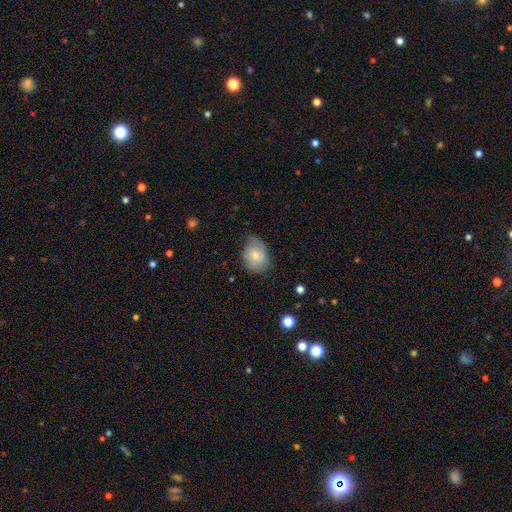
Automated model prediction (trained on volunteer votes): smooth-or-featured: smooth: 69% | featured or disk: 24% | star or artifact: 7%
  how-rounded: in between: 65% | round: 34% | cigar-shaped: 1%
  merging: none: 61% | minor disturbance: 29% | major disturbance: 8% | merger: 1%